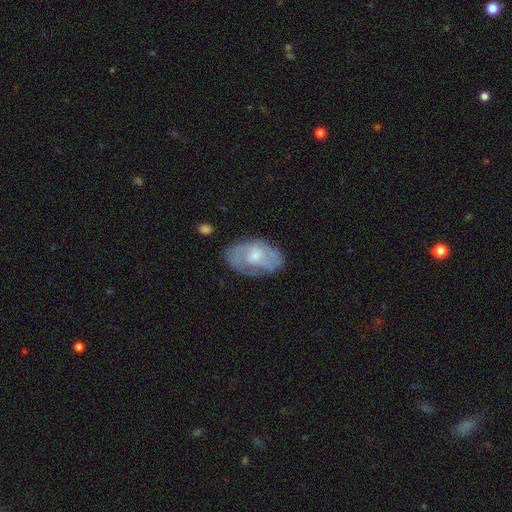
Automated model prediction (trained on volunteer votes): A featured or disk galaxy (59%) with no bar (65%), spiral arms (68%) and a small central bulge (53%). Merging: none (67%).